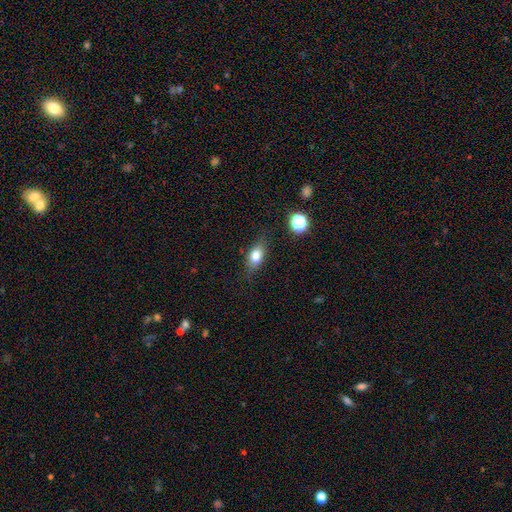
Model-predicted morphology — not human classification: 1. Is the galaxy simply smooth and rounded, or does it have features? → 78% smooth, 12% featured or disk, 10% star or artifact.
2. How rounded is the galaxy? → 78% in between, 13% round, 9% cigar-shaped.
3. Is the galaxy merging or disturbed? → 78% none, 16% minor disturbance, 4% major disturbance, 2% merger.